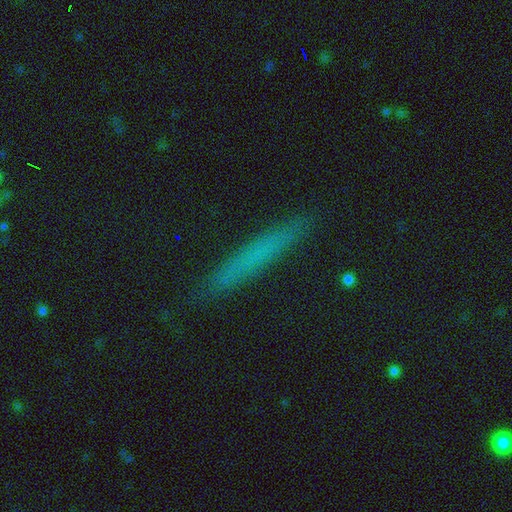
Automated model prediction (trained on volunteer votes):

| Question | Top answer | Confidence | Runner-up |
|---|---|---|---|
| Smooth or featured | smooth | 55% | featured or disk (26%) |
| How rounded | cigar-shaped | 94% | in between (4%) |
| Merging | none | 89% | minor disturbance (8%) |